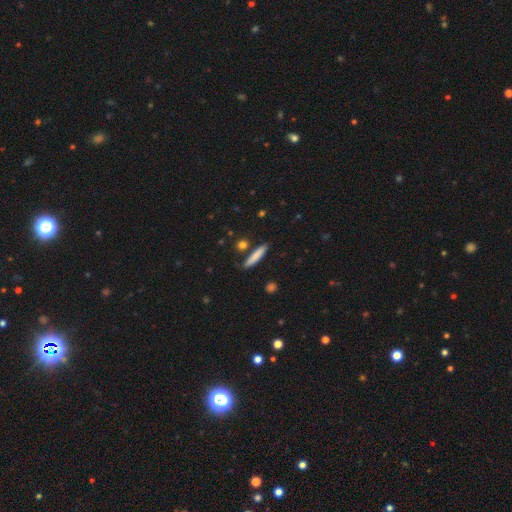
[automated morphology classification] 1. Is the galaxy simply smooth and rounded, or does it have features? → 79% smooth, 15% featured or disk, 6% star or artifact.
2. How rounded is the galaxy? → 89% cigar-shaped, 9% in between, 2% round.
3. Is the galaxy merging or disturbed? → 85% none, 9% minor disturbance, 4% merger, 2% major disturbance.